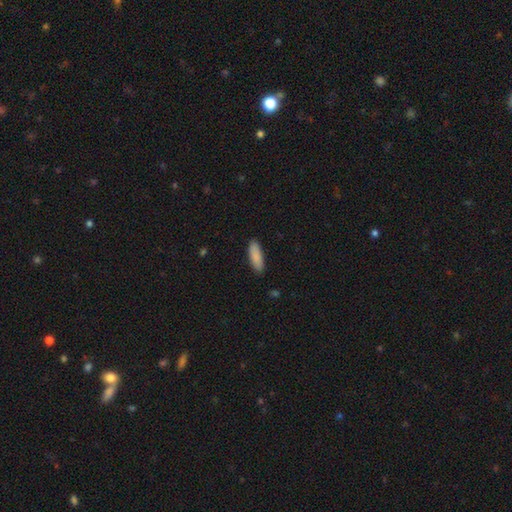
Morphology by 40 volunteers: smooth_or_featured: smooth (p=0.93) [alt: star or artifact p=0.05]
how_rounded: in between (p=0.49) [tied with: cigar-shaped p=0.49]
merging: none (p=0.82) [alt: minor disturbance p=0.11]